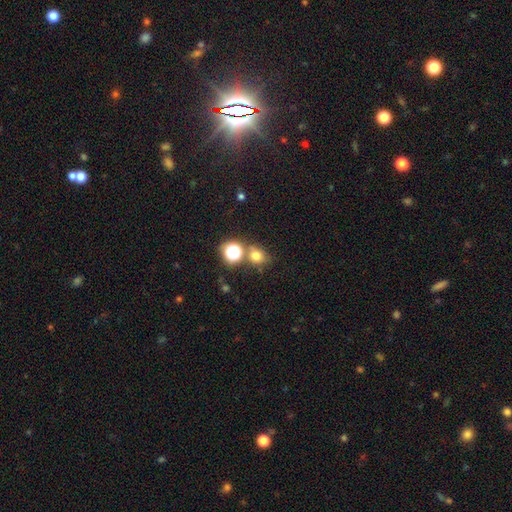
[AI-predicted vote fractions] smooth-or-featured: smooth: 70% | star or artifact: 22% | featured or disk: 8%
  how-rounded: round: 72% | in between: 27% | cigar-shaped: 1%
  merging: none: 65% | merger: 19% | minor disturbance: 11% | major disturbance: 5%